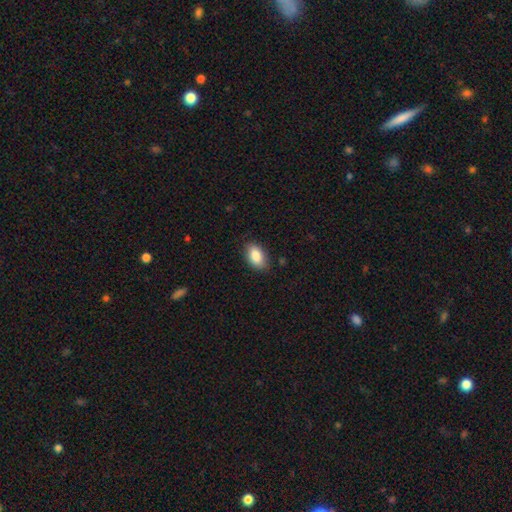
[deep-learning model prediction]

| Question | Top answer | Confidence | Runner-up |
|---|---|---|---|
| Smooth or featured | smooth | 87% | star or artifact (7%) |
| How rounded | in between | 92% | round (6%) |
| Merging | none | 83% | minor disturbance (13%) |